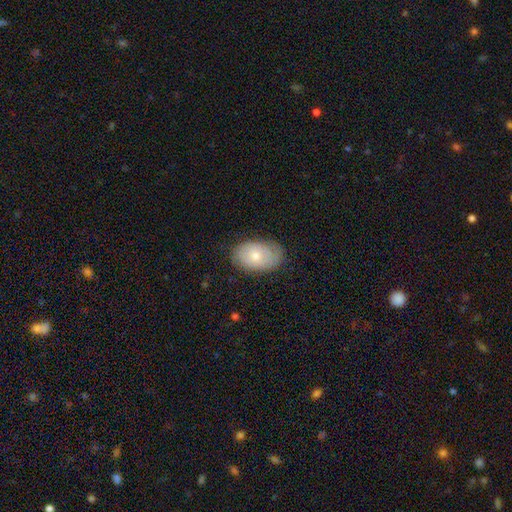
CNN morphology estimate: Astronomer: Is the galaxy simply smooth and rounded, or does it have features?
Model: smooth — 62%.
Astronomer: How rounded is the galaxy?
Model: in between — 89%.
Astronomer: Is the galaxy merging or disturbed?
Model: none — 75%.